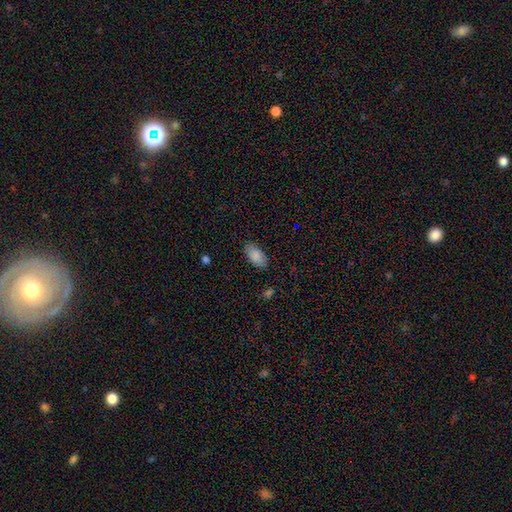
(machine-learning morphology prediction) smooth-or-featured: smooth: 87% | star or artifact: 7% | featured or disk: 6%
  how-rounded: in between: 93% | cigar-shaped: 4% | round: 3%
  merging: none: 82% | minor disturbance: 14% | major disturbance: 3% | merger: 1%